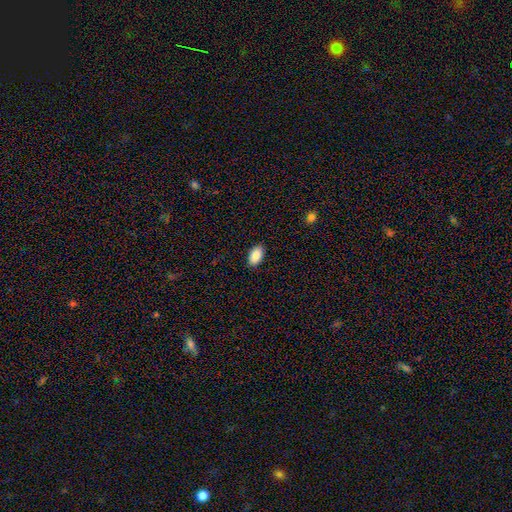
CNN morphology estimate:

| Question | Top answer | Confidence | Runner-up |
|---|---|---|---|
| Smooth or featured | smooth | 89% | star or artifact (7%) |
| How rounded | in between | 94% | round (4%) |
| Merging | none | 88% | minor disturbance (9%) |